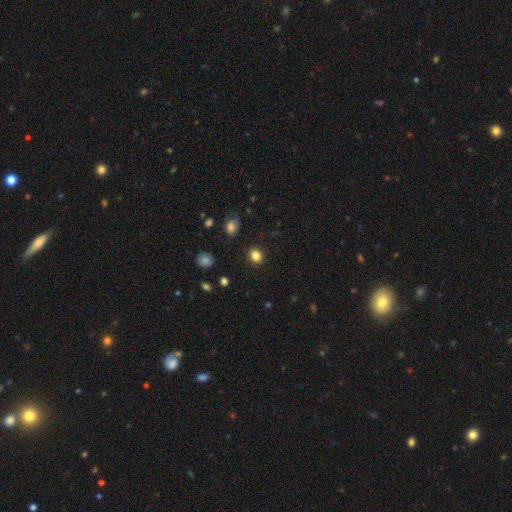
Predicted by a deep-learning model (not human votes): A smooth galaxy with no disk features (84%) that is round (70%).

Vote fractions:
- Smooth or featured? smooth: 84% / star or artifact: 12% / featured or disk: 4%
- How rounded? round: 70% / in between: 29% / cigar-shaped: 1%
- Merging? none: 90% / minor disturbance: 7% / major disturbance: 2% / merger: 1%